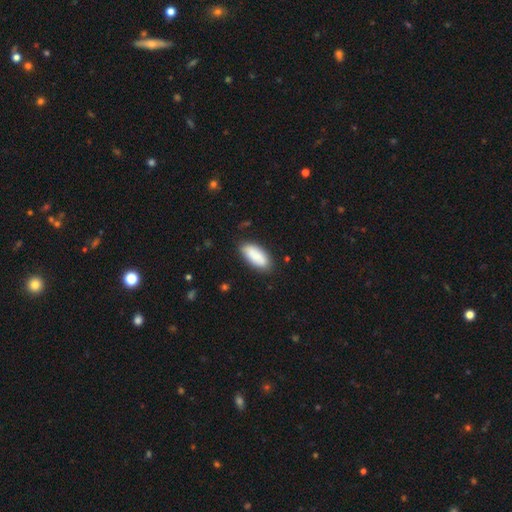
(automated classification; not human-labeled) A smooth galaxy with no disk features (87%) that is in between round and cigar-shaped (84%).

Vote fractions:
- Smooth or featured? smooth: 87% / featured or disk: 7% / star or artifact: 6%
- How rounded? in between: 84% / cigar-shaped: 14% / round: 2%
- Merging? none: 83% / minor disturbance: 13% / major disturbance: 3% / merger: 2%